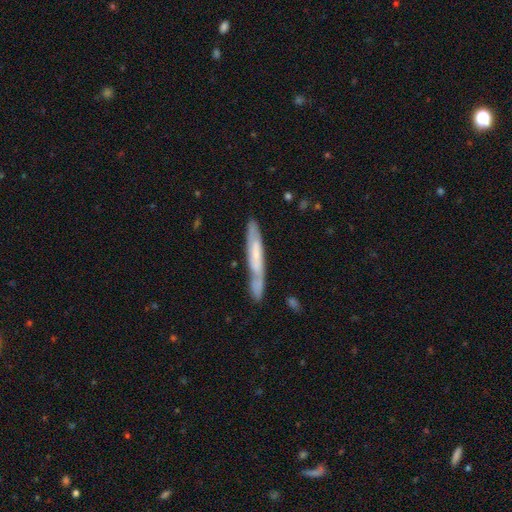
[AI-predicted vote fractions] Overall: featured or disk (53%; smooth 41%). Edge-on disk: yes (68%; no 32%). Merging: none (71%).